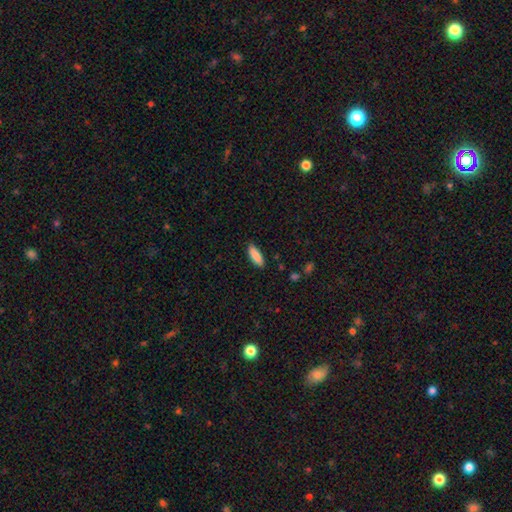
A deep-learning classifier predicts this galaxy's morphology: type=smooth (88%); roundness=in between (57%); merging=none (87%).